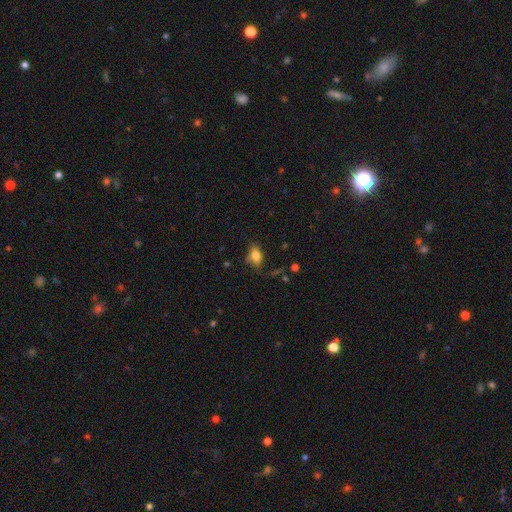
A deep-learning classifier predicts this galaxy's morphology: Smooth or featured?
  - smooth: 80% *
  - featured or disk: 10%
  - star or artifact: 10%
How rounded?
  - in between: 84% *
  - round: 13%
  - cigar-shaped: 3%
Merging?
  - none: 67% *
  - minor disturbance: 23%
  - major disturbance: 7%
  - merger: 4%